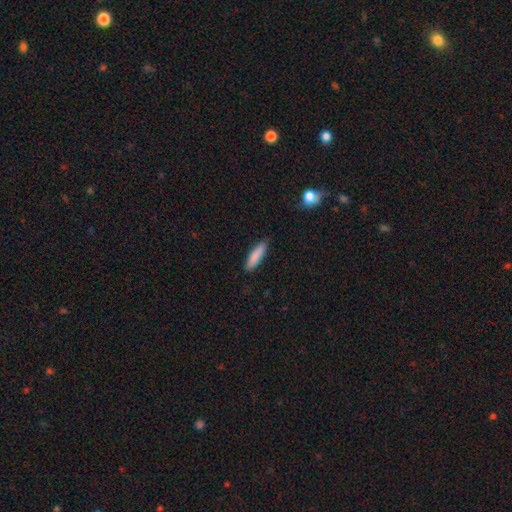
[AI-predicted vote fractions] The model was most divided on "how rounded": cigar-shaped: 71%, in between: 27%, round: 1%. More confident: merging — none (88%); smooth or featured — smooth (86%).